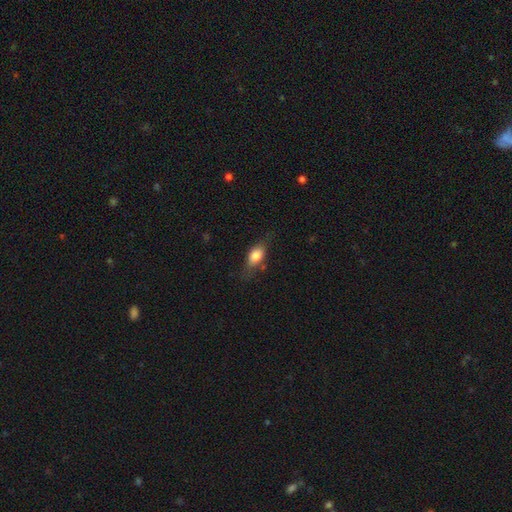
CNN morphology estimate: Overall: smooth (73%). How rounded: in between (79%). Merging: none (64%; minor disturbance 25%).